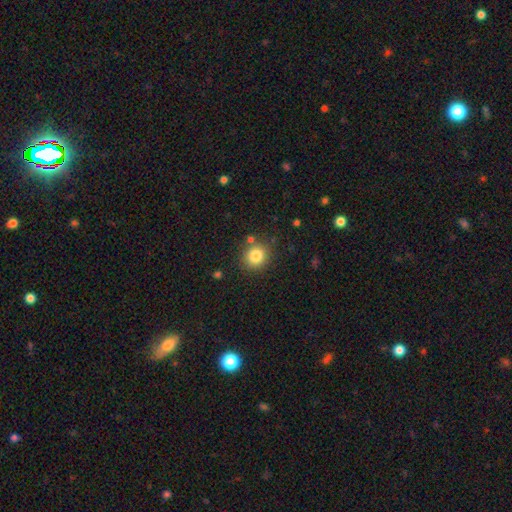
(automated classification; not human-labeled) The model was most divided on "smooth or featured": smooth: 82%, star or artifact: 11%, featured or disk: 7%. More confident: how rounded — round (85%); merging — none (82%).